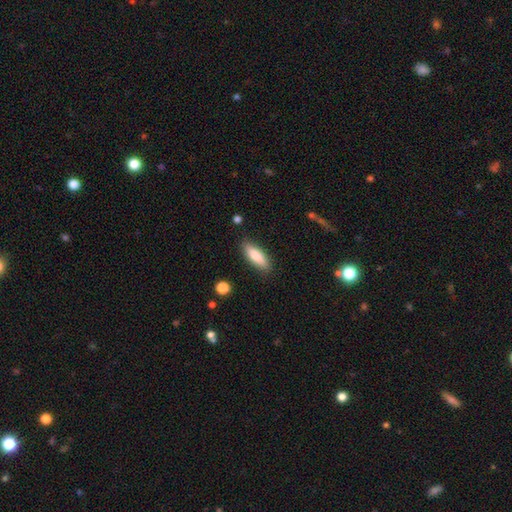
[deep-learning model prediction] smooth 81%, featured or disk 13%, star or artifact 6%. Down the decision tree: how rounded — in between (58%); merging — none (86%).